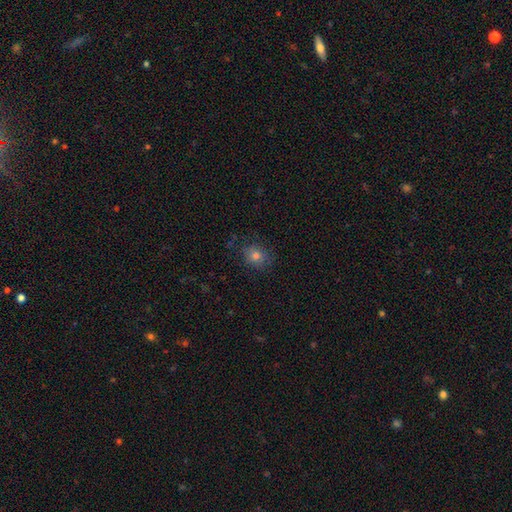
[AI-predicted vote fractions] Morphology: type=smooth (71%); roundness=round (72%); merging=none (81%).